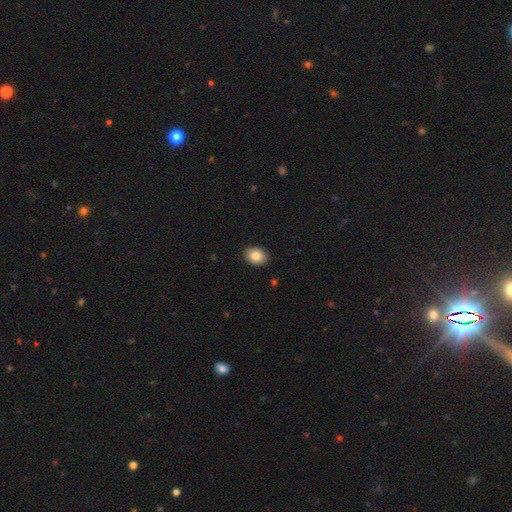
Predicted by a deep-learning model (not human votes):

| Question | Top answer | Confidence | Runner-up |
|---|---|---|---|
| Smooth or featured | smooth | 86% | star or artifact (8%) |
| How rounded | in between | 60% | round (39%) |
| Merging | none | 91% | minor disturbance (7%) |